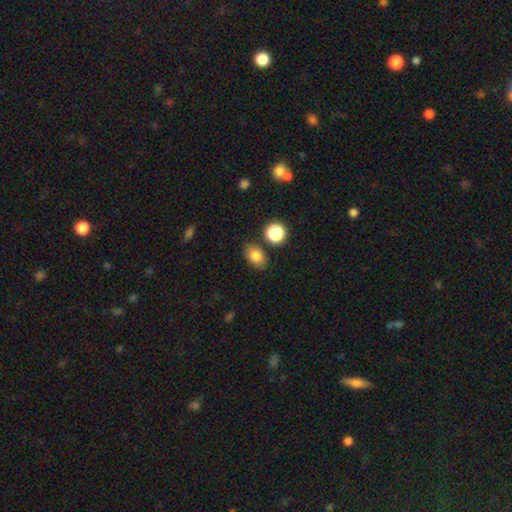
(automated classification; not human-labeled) Smooth or featured? smooth (80%)
How rounded? in between (81%)
Merging? none (81%)